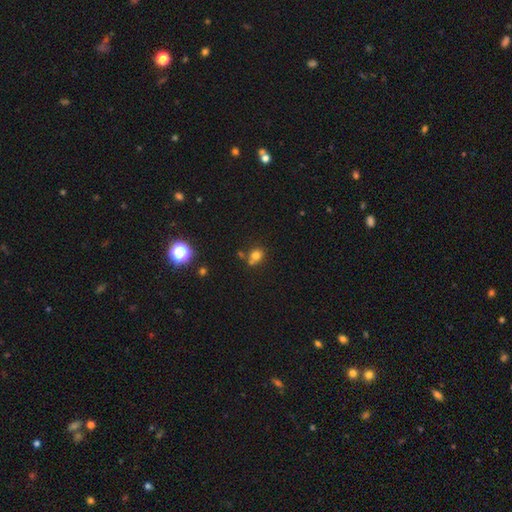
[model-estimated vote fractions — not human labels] Q: Smooth or featured?
A: smooth (74%); runner-up: star or artifact (16%)
Q: How rounded?
A: round (77%); runner-up: in between (22%)
Q: Merging?
A: none (56%); runner-up: merger (28%)